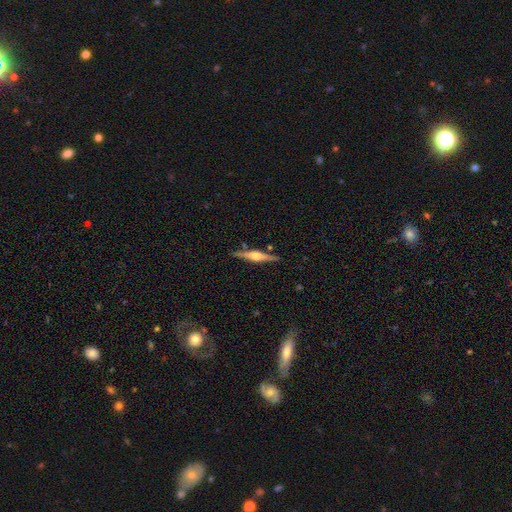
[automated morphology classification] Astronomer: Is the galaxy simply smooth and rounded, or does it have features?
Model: featured or disk — 75%.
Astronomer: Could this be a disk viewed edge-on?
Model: yes — 98%.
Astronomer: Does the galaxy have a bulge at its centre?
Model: rounded — 86%.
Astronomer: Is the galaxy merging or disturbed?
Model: none — 87%.